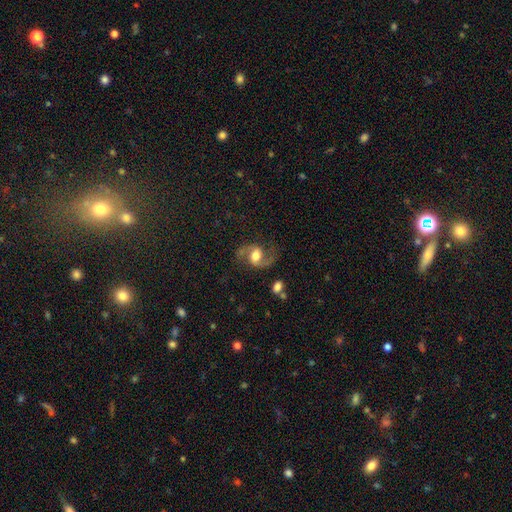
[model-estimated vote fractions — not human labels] Smooth or featured? featured or disk (81%)
Edge-on disk? no (97%)
Bar? weak (44%)
Spiral arms? yes (95%)
Spiral winding? loose (55%)
Spiral arm count? 2 (93%)
Bulge size? moderate (53%)
Merging? none (73%)